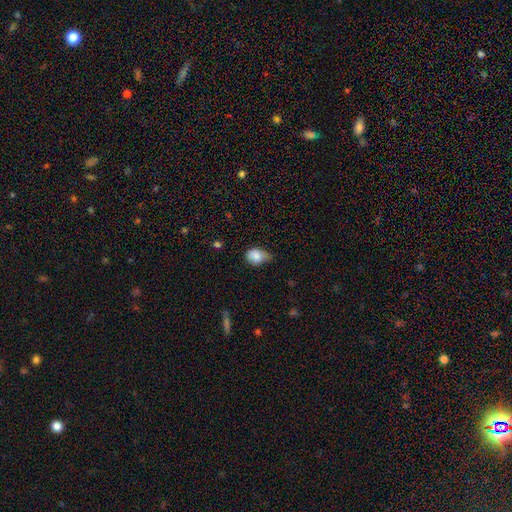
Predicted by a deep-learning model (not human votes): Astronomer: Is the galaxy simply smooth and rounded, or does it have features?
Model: smooth — 83%.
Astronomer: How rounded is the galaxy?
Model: in between — 65%.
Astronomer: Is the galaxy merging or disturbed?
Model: minor disturbance — 52% (runner-up: none, 33%).